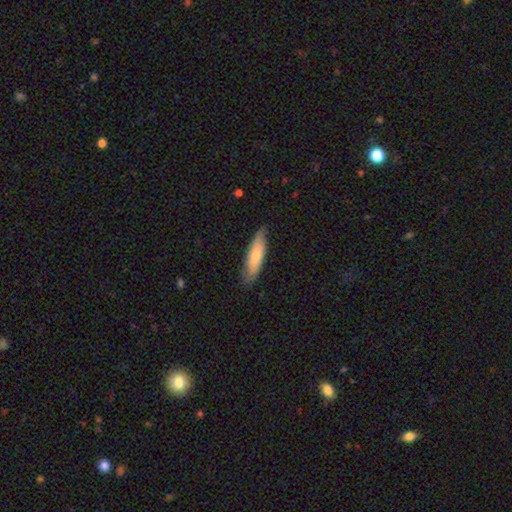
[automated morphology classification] Overall: smooth (69%). How rounded: cigar-shaped (63%; in between 36%). Merging: none (79%).